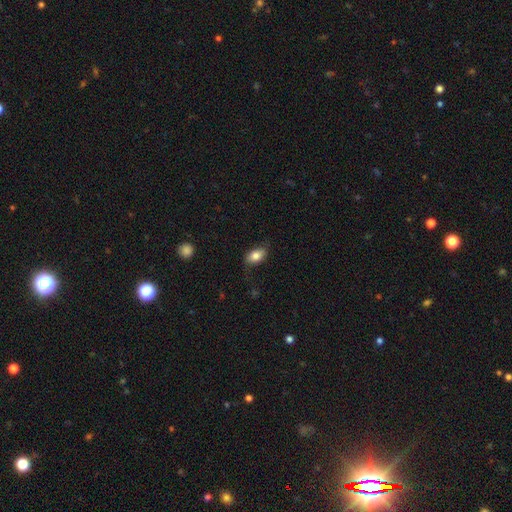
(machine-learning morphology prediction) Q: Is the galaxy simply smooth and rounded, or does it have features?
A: smooth — 81%.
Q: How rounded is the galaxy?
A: in between — 90%.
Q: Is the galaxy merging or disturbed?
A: none — 76%.